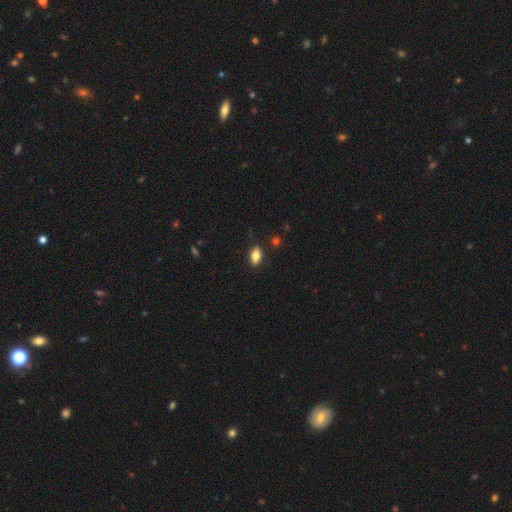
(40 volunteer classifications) This appears to be a smooth galaxy with no disk features (85%) that is in between round and cigar-shaped (74%). Merging: none (84%).